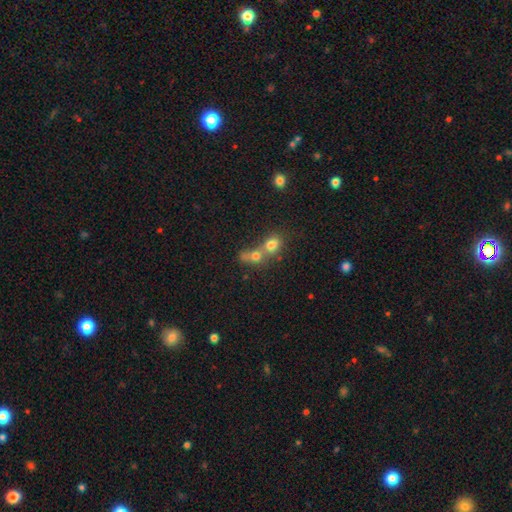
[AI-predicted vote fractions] smooth 61%, star or artifact 22%, featured or disk 17%. Down the decision tree: how rounded — round (69%); merging — merger (62%).